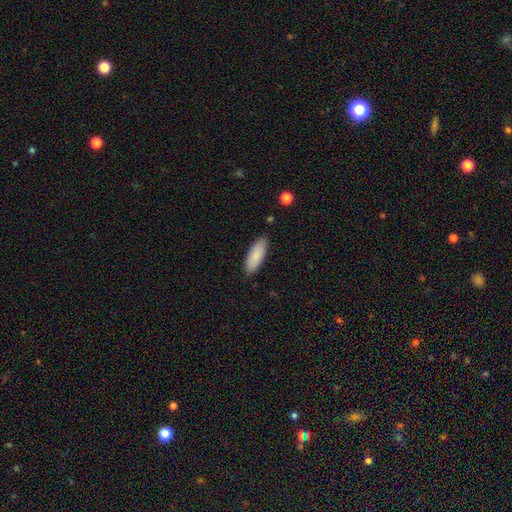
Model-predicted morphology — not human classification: Smooth or featured: smooth — 87% (featured or disk — 7%)
How rounded: in between — 69% (cigar-shaped — 29%)
Merging: none — 86% (minor disturbance — 10%)